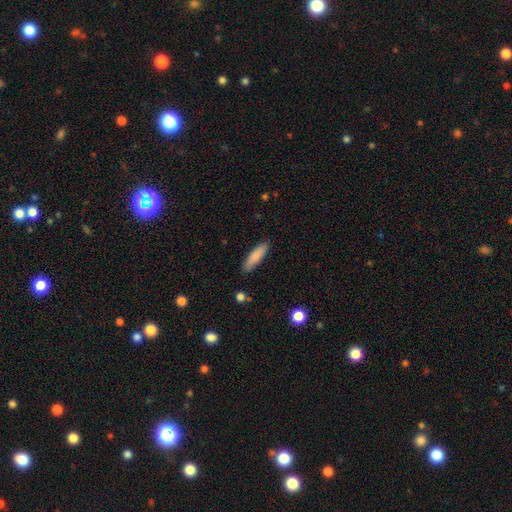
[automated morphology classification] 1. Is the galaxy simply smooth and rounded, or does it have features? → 84% smooth, 9% featured or disk, 6% star or artifact.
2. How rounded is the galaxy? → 68% cigar-shaped, 30% in between, 2% round.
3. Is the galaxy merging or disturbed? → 85% none, 12% minor disturbance, 2% major disturbance, 2% merger.